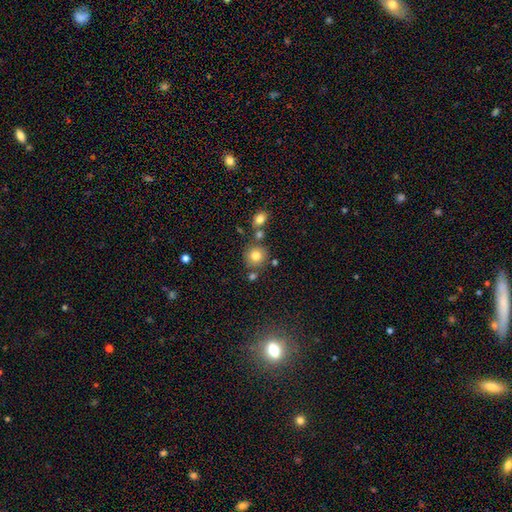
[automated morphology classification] A smooth galaxy with no disk features (78%) that is round (89%).

Vote fractions:
- Smooth or featured? smooth: 78% / star or artifact: 12% / featured or disk: 10%
- How rounded? round: 89% / in between: 10% / cigar-shaped: 1%
- Merging? none: 73% / merger: 13% / minor disturbance: 10% / major disturbance: 3%